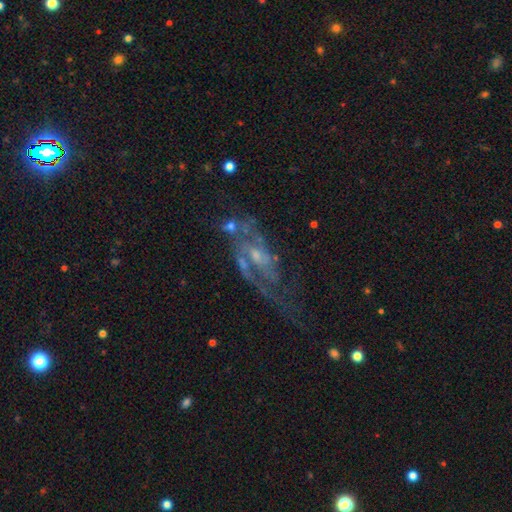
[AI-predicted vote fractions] smooth_or_featured: featured or disk (p=0.82) [alt: star or artifact p=0.09]
disk_edge_on: no (p=0.93) [alt: yes p=0.07]
bar: no (p=0.48) [alt: weak p=0.42]
has_spiral_arms: yes (p=0.90) [alt: no p=0.10]
spiral_winding: medium (p=0.47) [alt: loose p=0.27]
spiral_arm_count: 2 (p=0.56) [alt: can't tell p=0.19]
bulge_size: small (p=0.58) [alt: moderate p=0.28]
merging: none (p=0.47) [alt: major disturbance p=0.25]